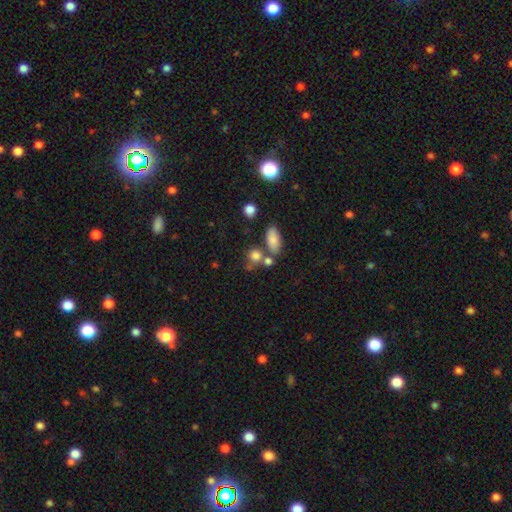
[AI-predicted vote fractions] Smooth or featured? Predicted: smooth (p=0.79). How rounded? Predicted: round (p=0.67). Merging? Predicted: none (p=0.55).